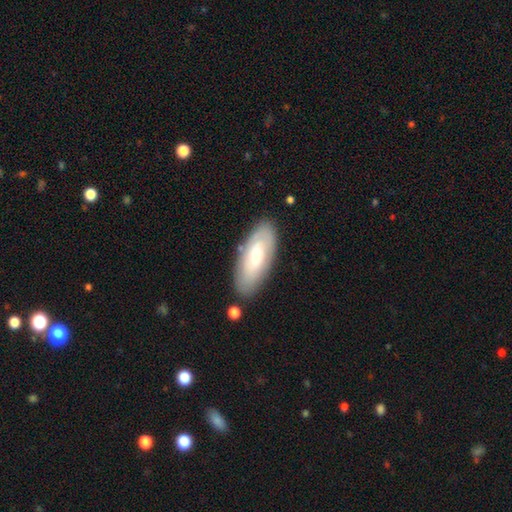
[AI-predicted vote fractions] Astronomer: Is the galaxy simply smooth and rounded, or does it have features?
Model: smooth — 56% (runner-up: featured or disk, 37%).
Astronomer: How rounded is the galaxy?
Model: in between — 81%.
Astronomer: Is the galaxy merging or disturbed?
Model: none — 81%.